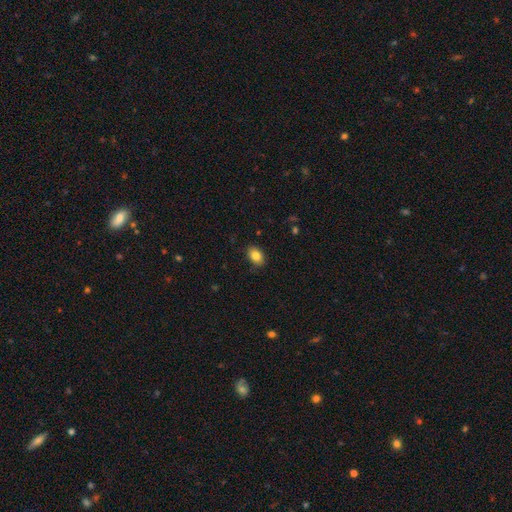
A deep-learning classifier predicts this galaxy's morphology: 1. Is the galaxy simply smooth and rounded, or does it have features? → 84% smooth, 9% star or artifact, 8% featured or disk.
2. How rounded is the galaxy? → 80% in between, 19% round, 1% cigar-shaped.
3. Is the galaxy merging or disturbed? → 85% none, 11% minor disturbance, 2% major disturbance, 1% merger.